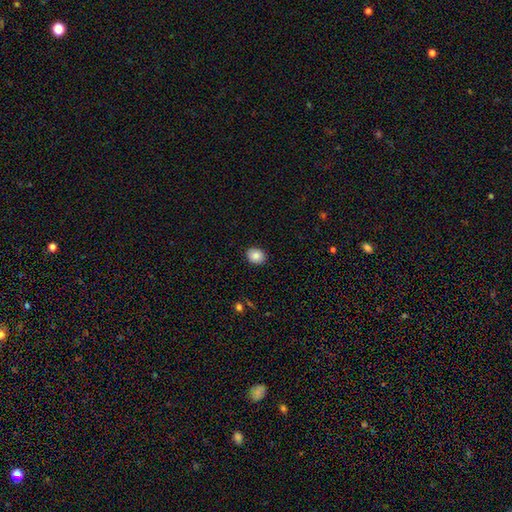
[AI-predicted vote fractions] Smooth or featured?
  - smooth: 86% *
  - star or artifact: 8%
  - featured or disk: 5%
How rounded?
  - round: 57% *
  - in between: 42%
  - cigar-shaped: 1%
Merging?
  - none: 90% *
  - minor disturbance: 7%
  - major disturbance: 2%
  - merger: 1%